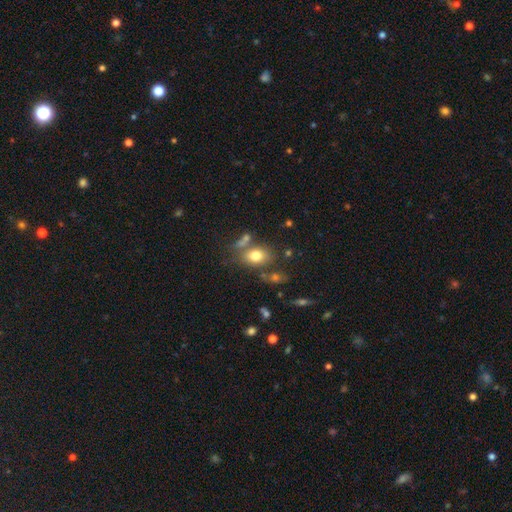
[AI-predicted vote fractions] A smooth galaxy with no disk features (75%) that is in between round and cigar-shaped (76%). Merging: none (62%).